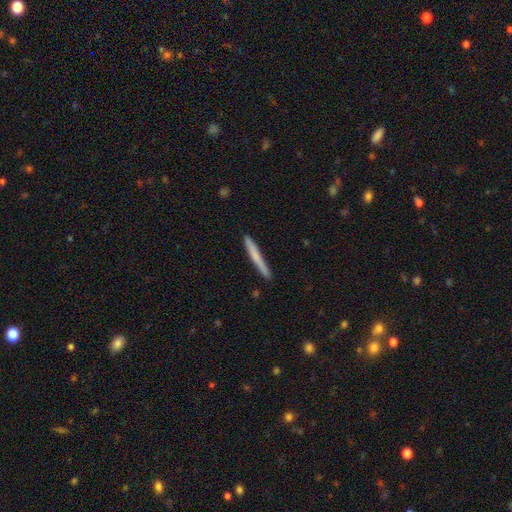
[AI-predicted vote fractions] smooth 67%, featured or disk 27%, star or artifact 5%. Down the decision tree: how rounded — cigar-shaped (97%); merging — none (89%).